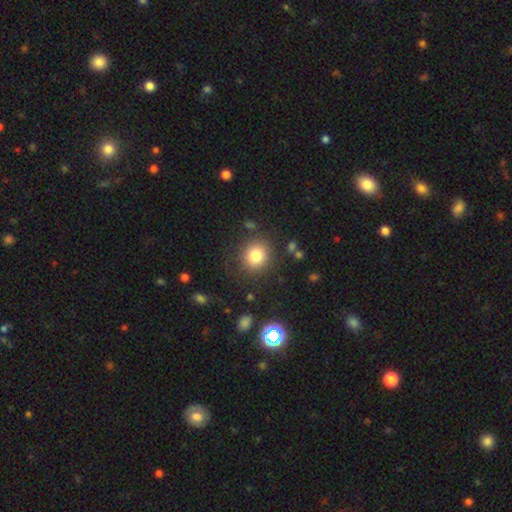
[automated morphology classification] Smooth or featured: smooth — 81% (star or artifact — 11%)
How rounded: round — 85% (in between — 14%)
Merging: none — 84% (minor disturbance — 9%)